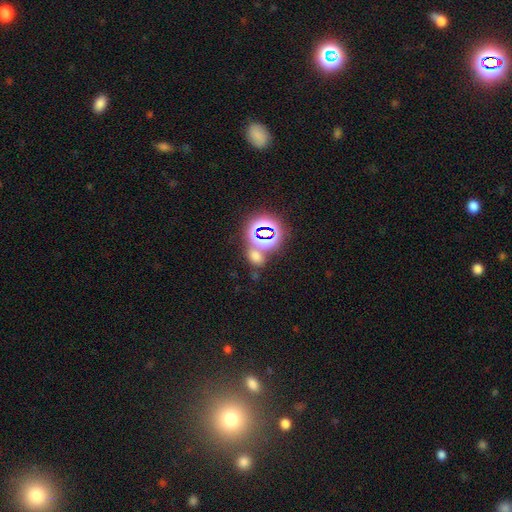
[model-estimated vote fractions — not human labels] smooth 48%, star or artifact 44%, featured or disk 8%. Down the decision tree: merging — none (56%).